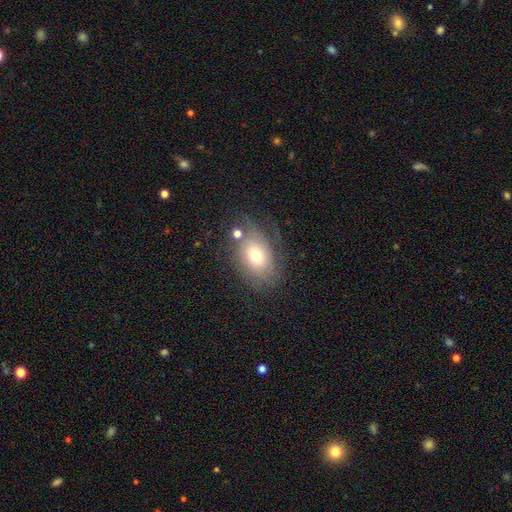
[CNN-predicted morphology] Smooth or featured? smooth (48%)
Merging? none (60%)